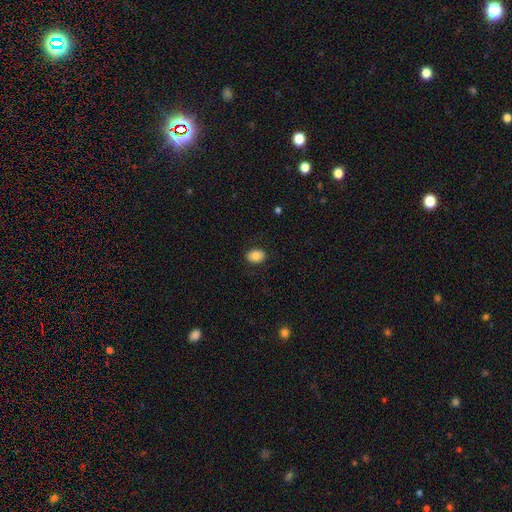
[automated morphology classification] smooth-or-featured: smooth: 81% | featured or disk: 11% | star or artifact: 8%
  how-rounded: in between: 70% | round: 29% | cigar-shaped: 1%
  merging: none: 85% | minor disturbance: 11% | major disturbance: 3% | merger: 1%